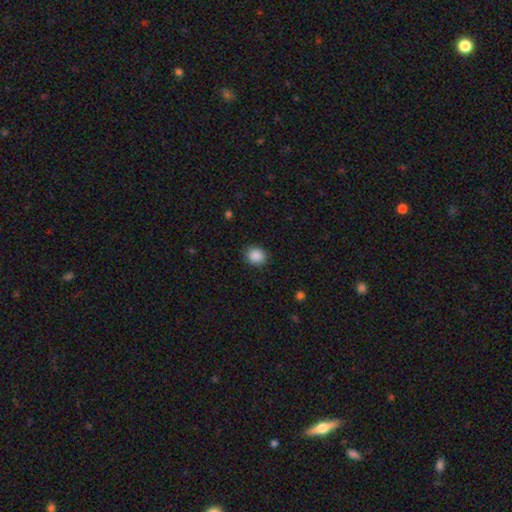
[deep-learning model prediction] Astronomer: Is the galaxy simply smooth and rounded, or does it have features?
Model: smooth — 88%.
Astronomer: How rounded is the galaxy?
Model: round — 70%.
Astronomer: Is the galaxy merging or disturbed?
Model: none — 88%.